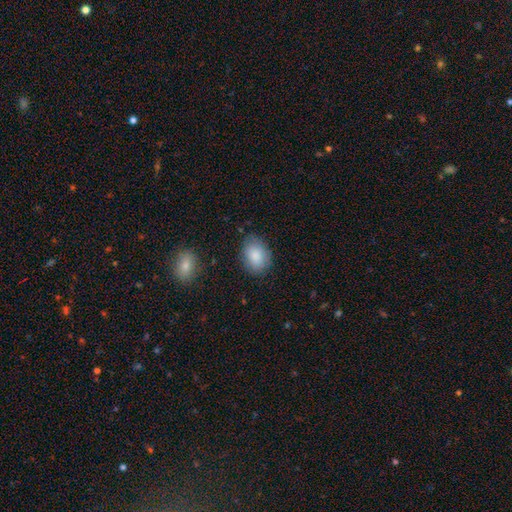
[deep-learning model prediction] Smooth or featured? smooth (87%)
How rounded? in between (76%)
Merging? none (78%)